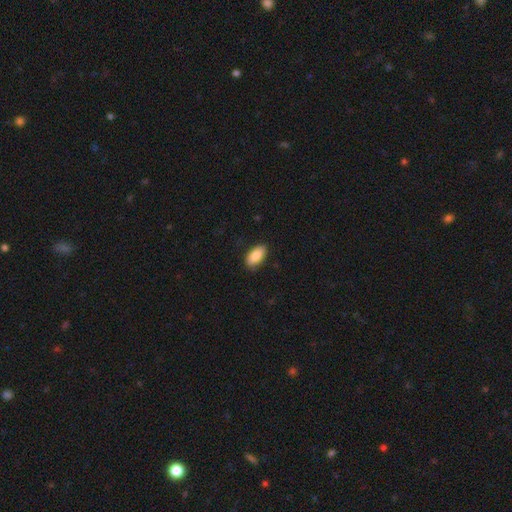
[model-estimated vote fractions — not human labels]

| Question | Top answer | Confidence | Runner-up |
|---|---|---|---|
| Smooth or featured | smooth | 87% | featured or disk (7%) |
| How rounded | in between | 92% | cigar-shaped (5%) |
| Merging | none | 86% | minor disturbance (11%) |